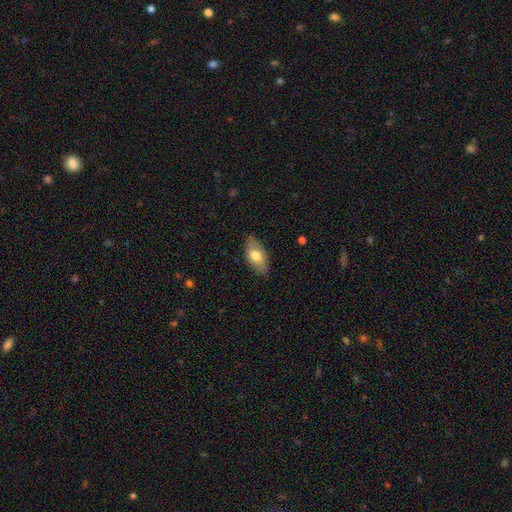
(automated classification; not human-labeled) Smooth or featured: smooth — 70% (featured or disk — 24%)
How rounded: in between — 92% (round — 4%)
Merging: none — 81% (minor disturbance — 15%)